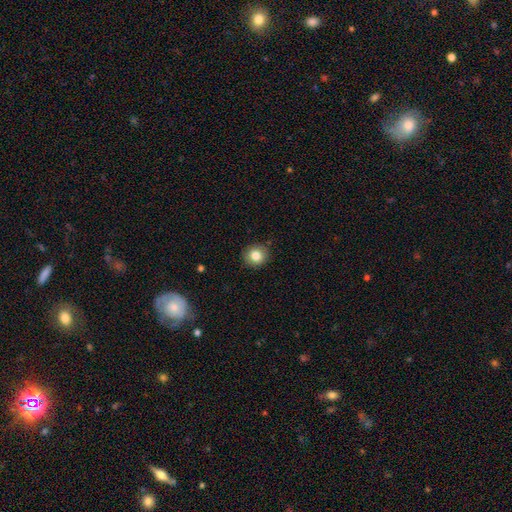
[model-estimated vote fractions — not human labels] Q: Smooth or featured?
A: smooth (83%); runner-up: star or artifact (10%)
Q: How rounded?
A: round (88%); runner-up: in between (11%)
Q: Merging?
A: none (90%); runner-up: minor disturbance (8%)